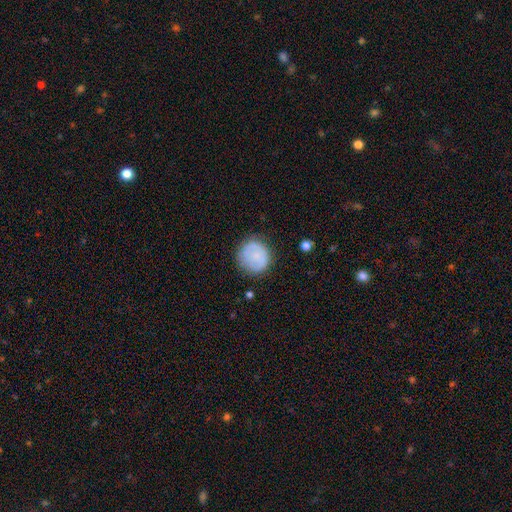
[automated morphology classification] Smooth or featured: smooth — 73% (featured or disk — 20%)
How rounded: round — 91% (in between — 8%)
Merging: none — 75% (minor disturbance — 18%)